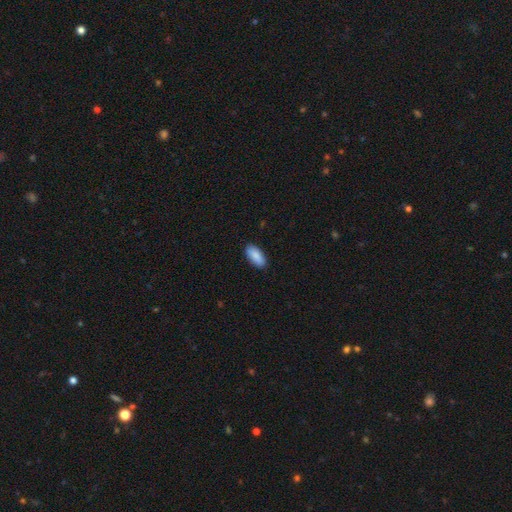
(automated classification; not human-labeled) smooth 89%, star or artifact 6%, featured or disk 5%. Down the decision tree: how rounded — in between (89%); merging — none (89%).